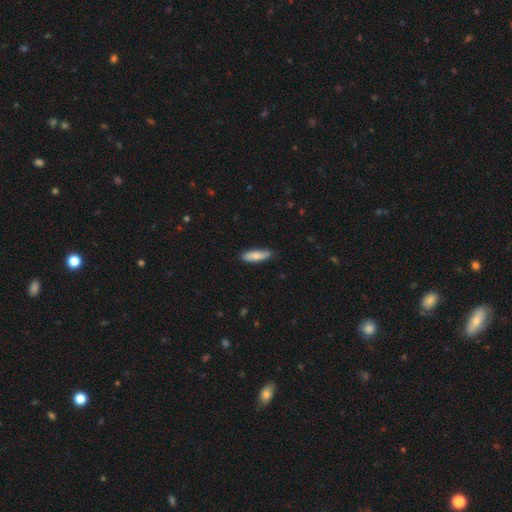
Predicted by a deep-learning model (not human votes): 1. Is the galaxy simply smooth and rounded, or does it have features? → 76% smooth, 18% featured or disk, 6% star or artifact.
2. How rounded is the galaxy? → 58% cigar-shaped, 40% in between, 2% round.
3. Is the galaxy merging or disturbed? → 82% none, 14% minor disturbance, 2% major disturbance, 1% merger.